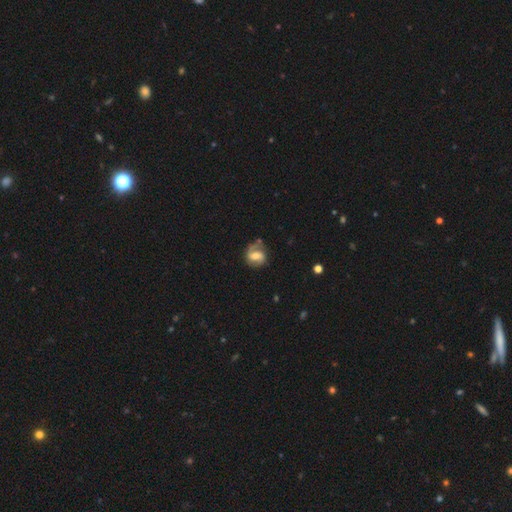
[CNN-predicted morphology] featured or disk 69%, smooth 24%, star or artifact 7%. Down the decision tree: edge-on disk — no (97%); bar — weak (48%); spiral arms — yes (87%); spiral arm count — 2 (74%); spiral winding — medium (47%); bulge size — moderate (61%); merging — none (64%).